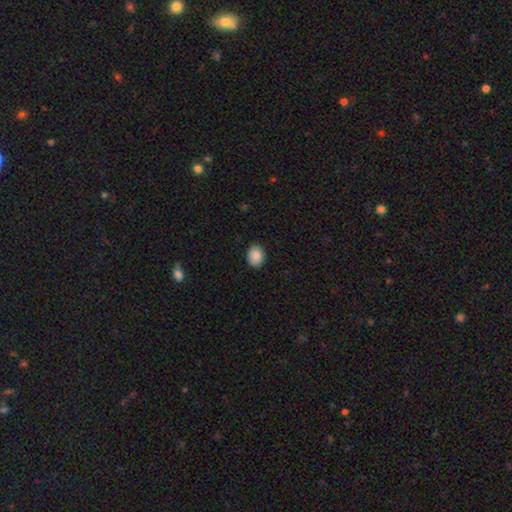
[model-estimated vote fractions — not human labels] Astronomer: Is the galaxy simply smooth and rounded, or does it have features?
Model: smooth — 90%.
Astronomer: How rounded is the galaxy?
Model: in between — 67%.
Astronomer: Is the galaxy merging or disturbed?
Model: none — 89%.